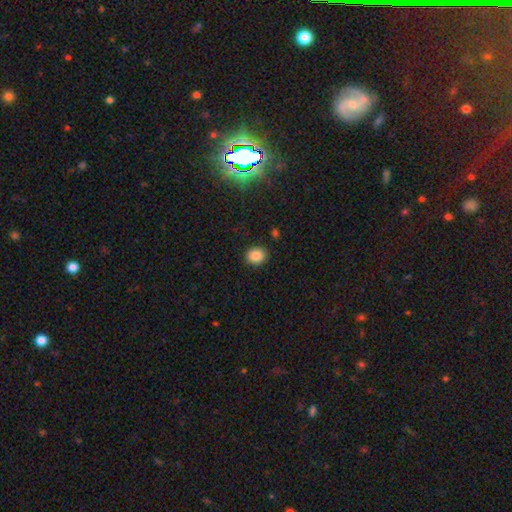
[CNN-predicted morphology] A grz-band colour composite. It shows a smooth galaxy with no disk features (86%) that is round (58%). Merging: none (89%).